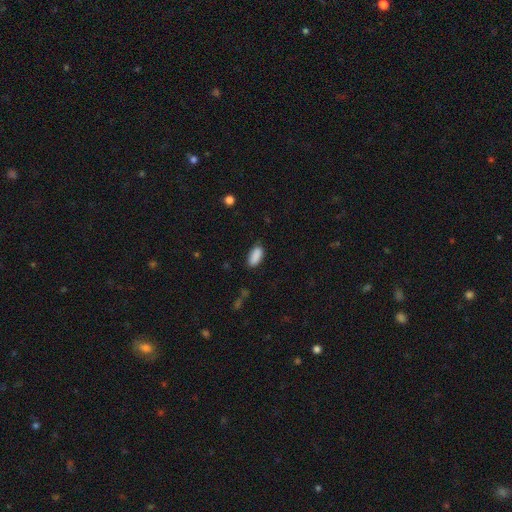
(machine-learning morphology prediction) smooth-or-featured: smooth: 89% | star or artifact: 7% | featured or disk: 3%
  how-rounded: in between: 91% | cigar-shaped: 7% | round: 2%
  merging: none: 82% | minor disturbance: 14% | major disturbance: 3% | merger: 2%